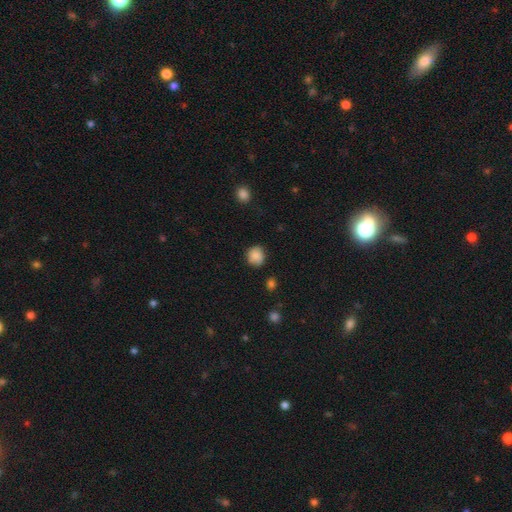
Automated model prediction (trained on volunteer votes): Overall: smooth (86%). How rounded: round (79%). Merging: none (77%).